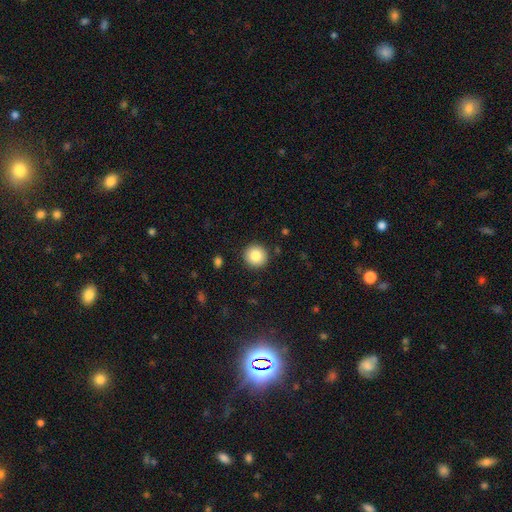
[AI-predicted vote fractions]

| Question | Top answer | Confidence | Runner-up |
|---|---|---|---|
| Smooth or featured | smooth | 84% | star or artifact (9%) |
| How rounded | round | 95% | in between (4%) |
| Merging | none | 92% | minor disturbance (5%) |